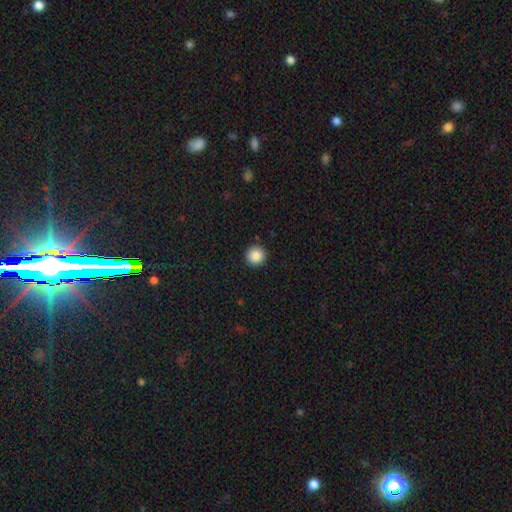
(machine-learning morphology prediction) The model was most divided on "smooth or featured": smooth: 87%, star or artifact: 9%, featured or disk: 4%. More confident: how rounded — round (95%); merging — none (92%).